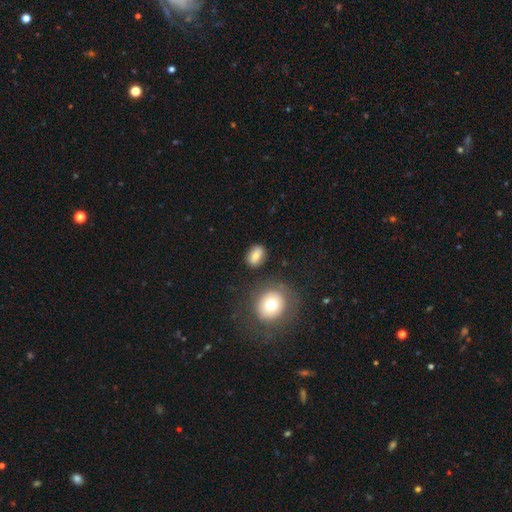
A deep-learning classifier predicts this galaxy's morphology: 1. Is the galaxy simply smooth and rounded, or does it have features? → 79% smooth, 12% featured or disk, 9% star or artifact.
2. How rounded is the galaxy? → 73% in between, 25% round, 2% cigar-shaped.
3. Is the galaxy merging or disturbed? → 80% none, 12% minor disturbance, 5% merger, 4% major disturbance.